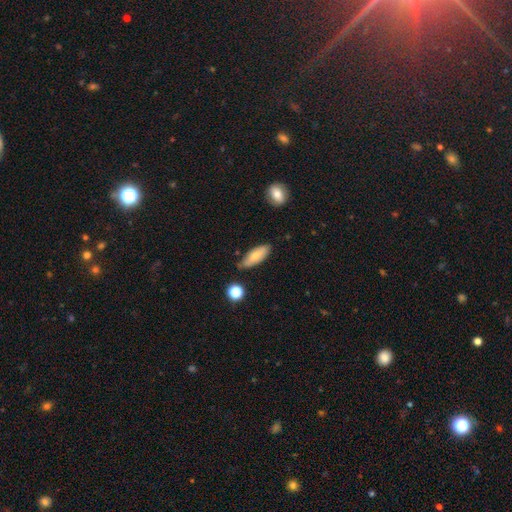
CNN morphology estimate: A smooth galaxy with no disk features (71%) that is in between round and cigar-shaped (74%).

Vote fractions:
- Smooth or featured? smooth: 71% / featured or disk: 21% / star or artifact: 7%
- How rounded? in between: 74% / cigar-shaped: 24% / round: 2%
- Merging? none: 74% / minor disturbance: 19% / merger: 3% / major disturbance: 3%